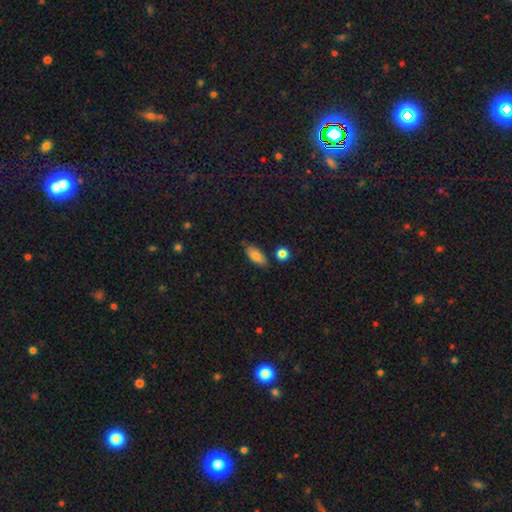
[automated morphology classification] Smooth or featured? smooth (82%)
How rounded? in between (87%)
Merging? none (77%)